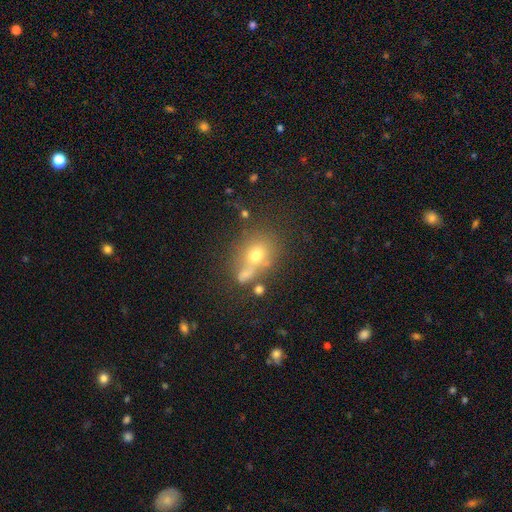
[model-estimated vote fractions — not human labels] Q: Smooth or featured?
A: smooth (61%); runner-up: featured or disk (21%)
Q: How rounded?
A: round (62%); runner-up: in between (36%)
Q: Merging?
A: none (48%); runner-up: merger (27%)